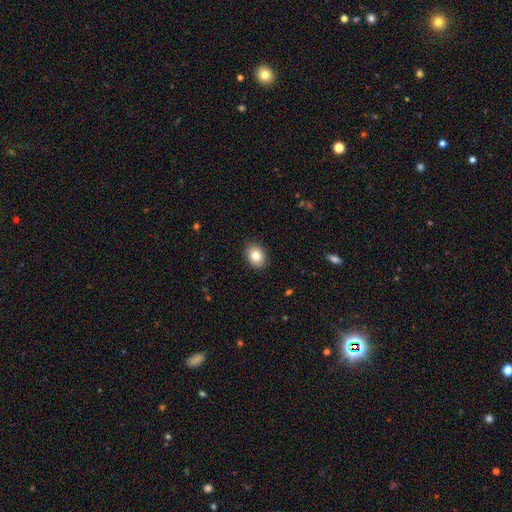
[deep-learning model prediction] Smooth or featured?
  - smooth: 81% *
  - featured or disk: 10%
  - star or artifact: 9%
How rounded?
  - in between: 62% *
  - round: 37%
  - cigar-shaped: 1%
Merging?
  - none: 90% *
  - minor disturbance: 7%
  - major disturbance: 2%
  - merger: 1%